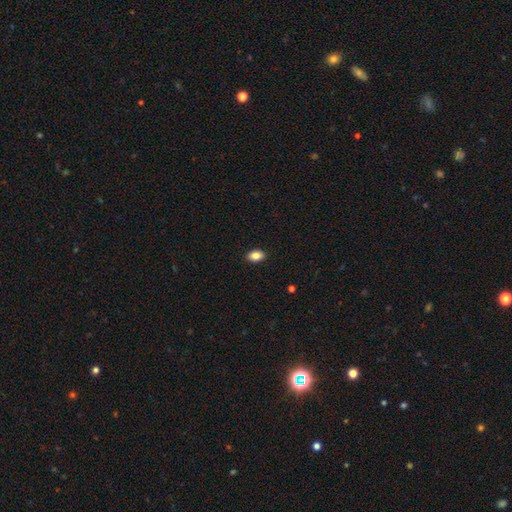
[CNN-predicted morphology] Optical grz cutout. It shows a smooth galaxy with no disk features (86%) that is in between round and cigar-shaped (86%). Merging: none (90%).